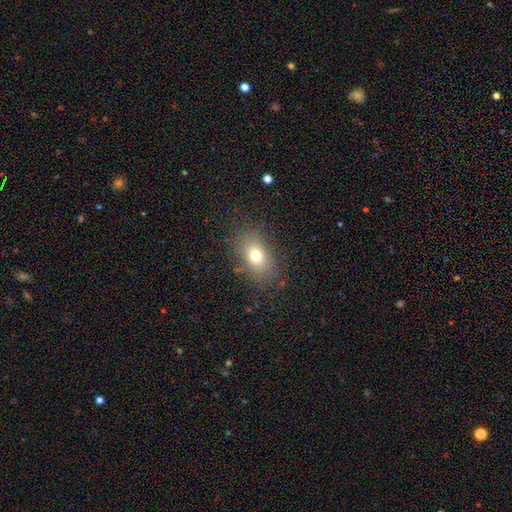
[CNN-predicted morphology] Q: Smooth or featured?
A: smooth (73%); runner-up: featured or disk (15%)
Q: How rounded?
A: in between (81%); runner-up: round (17%)
Q: Merging?
A: none (82%); runner-up: minor disturbance (12%)